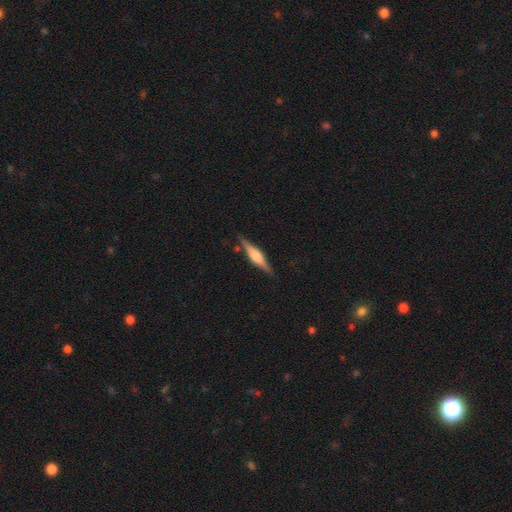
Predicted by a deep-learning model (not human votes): Smooth or featured: featured or disk — 65% (smooth — 28%)
Edge-on disk: yes — 97% (no — 3%)
Edge-on bulge: rounded — 69% (boxy — 26%)
Merging: none — 85% (minor disturbance — 11%)